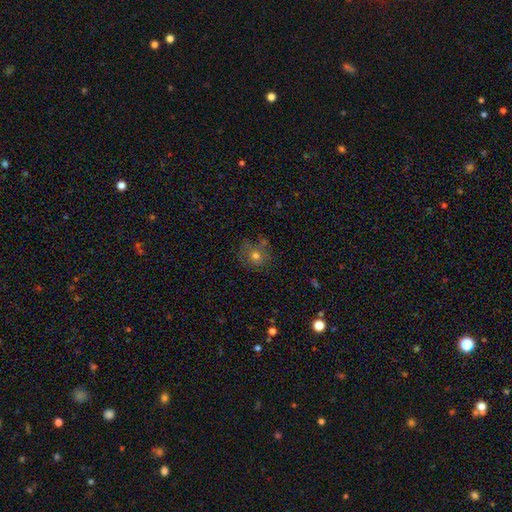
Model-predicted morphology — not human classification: Q: Smooth or featured?
A: smooth (70%); runner-up: featured or disk (16%)
Q: How rounded?
A: round (83%); runner-up: in between (17%)
Q: Merging?
A: none (66%); runner-up: minor disturbance (19%)